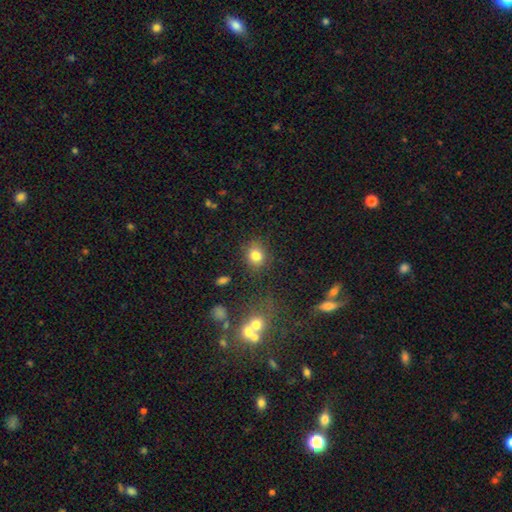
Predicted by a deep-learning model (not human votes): smooth_or_featured: smooth (p=0.81) [alt: star or artifact p=0.11]
how_rounded: round (p=0.58) [alt: in between p=0.41]
merging: none (p=0.82) [alt: minor disturbance p=0.12]